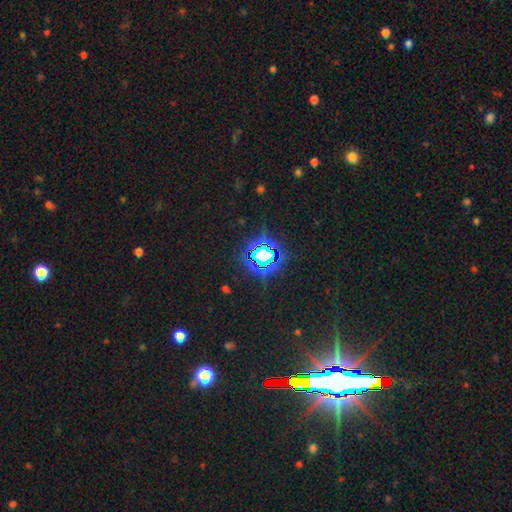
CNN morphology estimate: Q: Smooth or featured?
A: star or artifact (81%); runner-up: smooth (10%)